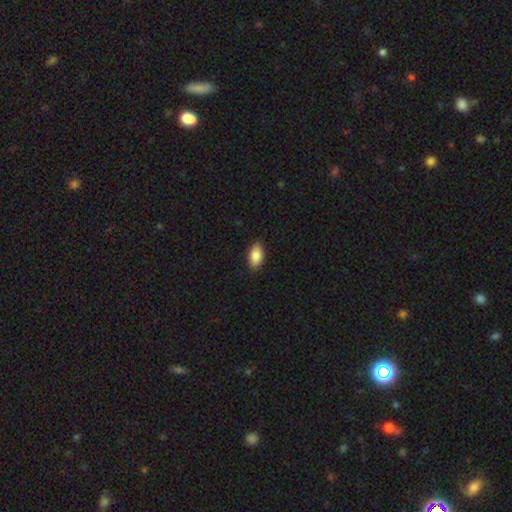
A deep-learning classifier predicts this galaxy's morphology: smooth-or-featured: smooth: 86% | star or artifact: 7% | featured or disk: 6%
  how-rounded: in between: 92% | round: 5% | cigar-shaped: 2%
  merging: none: 88% | minor disturbance: 9% | major disturbance: 2% | merger: 1%